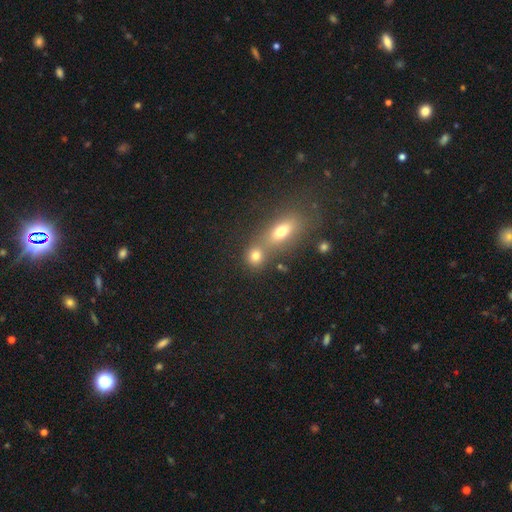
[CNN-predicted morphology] A smooth galaxy with no disk features (76%) that is round (72%). Merging: none (50%).